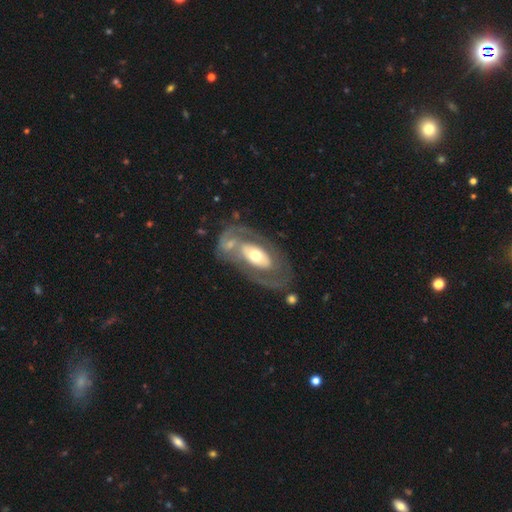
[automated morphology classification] A featured or disk galaxy (72%) with no bar (72%), spiral arms (54%) and a moderate central bulge (64%). Merging: none (51%).